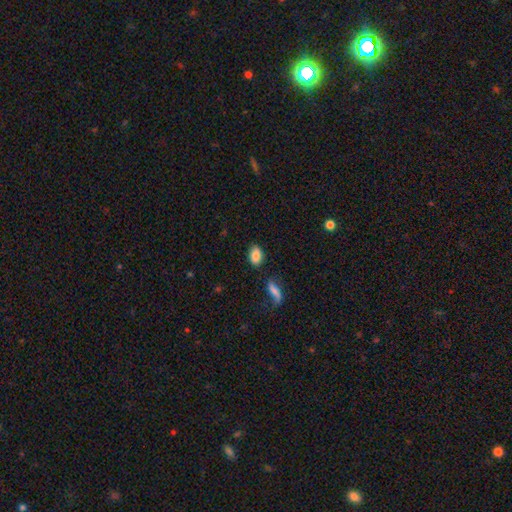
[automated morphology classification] This appears to be a smooth galaxy with no disk features (86%) that is in between round and cigar-shaped (88%). Merging: none (81%).